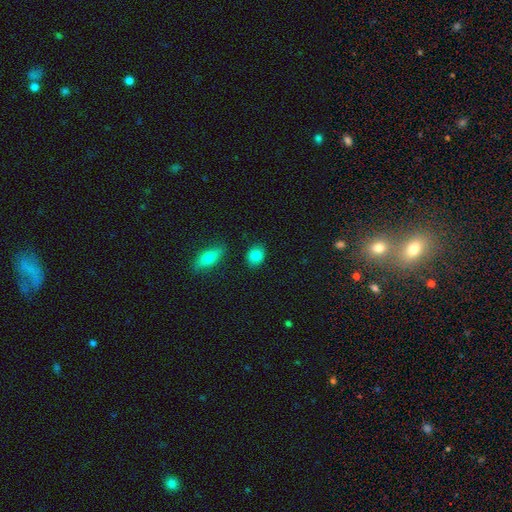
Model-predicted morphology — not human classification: smooth 85%, star or artifact 8%, featured or disk 7%. Down the decision tree: how rounded — in between (59%); merging — none (85%).